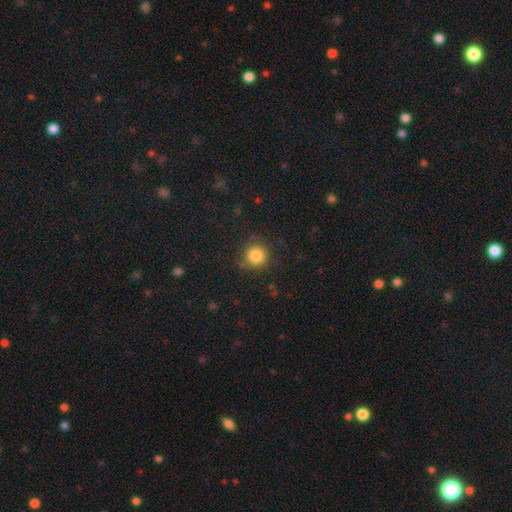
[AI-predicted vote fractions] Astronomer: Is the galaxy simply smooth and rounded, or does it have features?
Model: smooth — 84%.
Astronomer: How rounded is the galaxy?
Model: round — 94%.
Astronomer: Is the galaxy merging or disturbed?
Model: none — 85%.